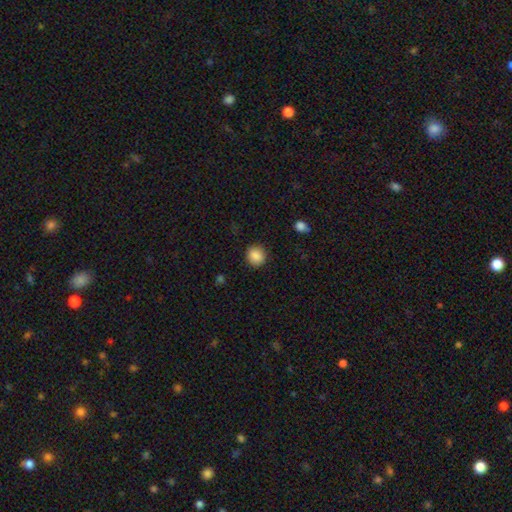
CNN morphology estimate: This is clearly a smooth galaxy (88%). How rounded: clearly round (83%). Merging: clearly none (89%).